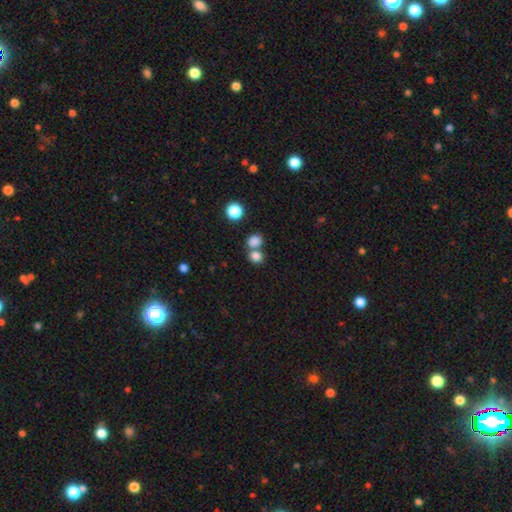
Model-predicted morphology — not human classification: Smooth or featured? smooth (81%)
How rounded? round (69%)
Merging? none (48%)